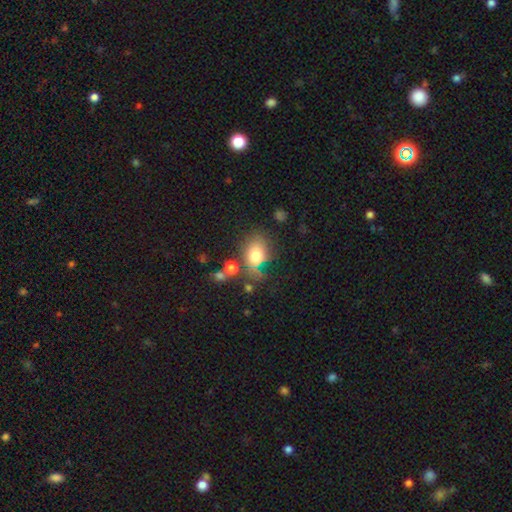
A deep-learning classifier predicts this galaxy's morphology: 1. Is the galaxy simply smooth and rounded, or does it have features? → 75% smooth, 13% featured or disk, 12% star or artifact.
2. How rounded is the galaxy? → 71% in between, 27% round, 2% cigar-shaped.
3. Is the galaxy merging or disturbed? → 55% none, 21% minor disturbance, 12% merger, 11% major disturbance.